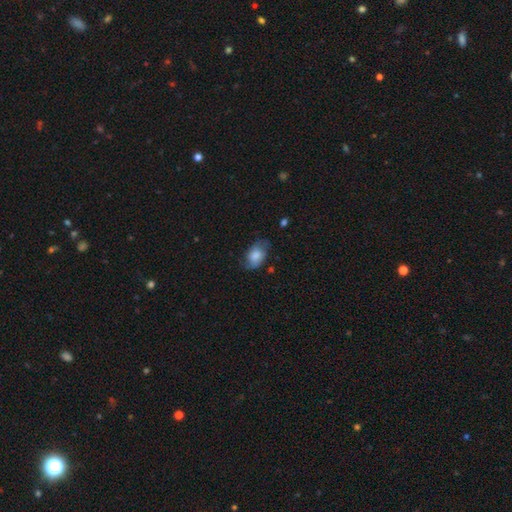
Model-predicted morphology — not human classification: A smooth galaxy with no disk features (63%) that is in between round and cigar-shaped (83%).

Vote fractions:
- Smooth or featured? smooth: 63% / featured or disk: 29% / star or artifact: 8%
- How rounded? in between: 83% / round: 16% / cigar-shaped: 1%
- Merging? none: 61% / minor disturbance: 28% / major disturbance: 10% / merger: 1%